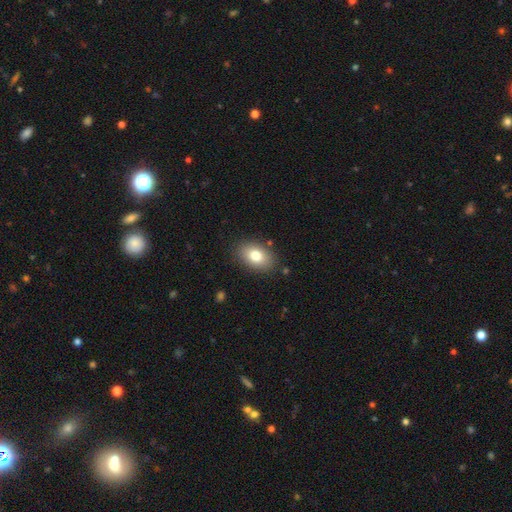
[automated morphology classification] Overall: smooth (79%). How rounded: in between (84%). Merging: none (85%).